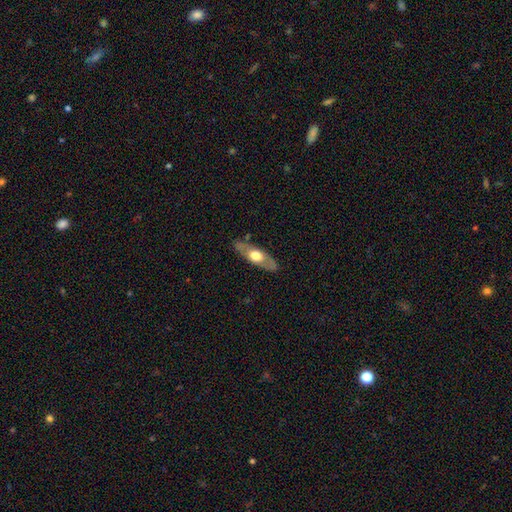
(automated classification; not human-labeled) smooth_or_featured: featured or disk (p=0.50) [alt: smooth p=0.45]
merging: none (p=0.83) [alt: minor disturbance p=0.13]